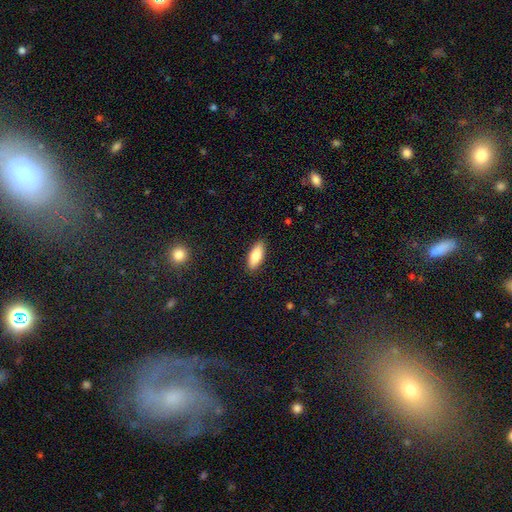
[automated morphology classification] Smooth or featured? Predicted: smooth (p=0.81). How rounded? Predicted: in between (p=0.76). Merging? Predicted: none (p=0.89).